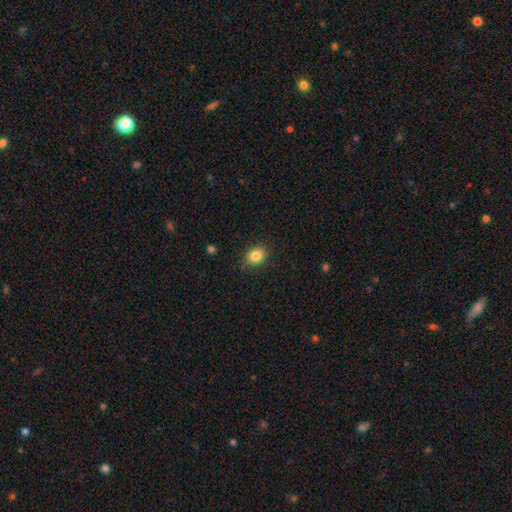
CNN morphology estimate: This is clearly a smooth galaxy (85%). How rounded: likely in between (60%). Merging: clearly none (85%).